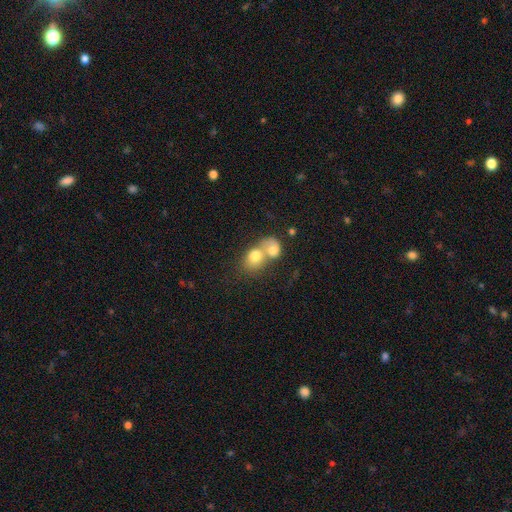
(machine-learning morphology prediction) Smooth or featured? smooth (71%)
How rounded? round (52%)
Merging? merger (73%)